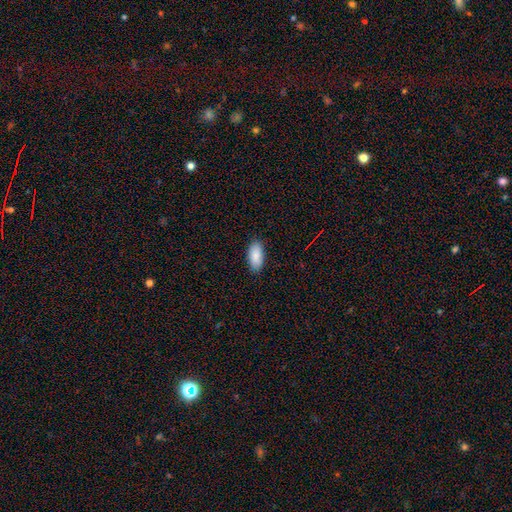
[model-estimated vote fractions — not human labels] smooth_or_featured: smooth (p=0.89) [alt: star or artifact p=0.06]
how_rounded: in between (p=0.92) [alt: cigar-shaped p=0.06]
merging: none (p=0.87) [alt: minor disturbance p=0.10]